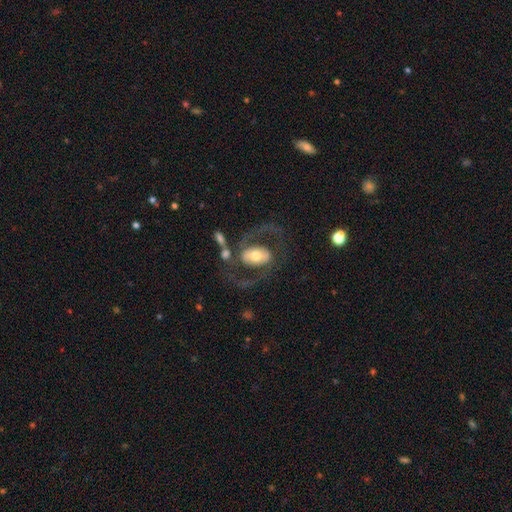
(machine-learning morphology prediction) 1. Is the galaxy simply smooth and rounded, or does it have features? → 77% featured or disk, 17% smooth, 6% star or artifact.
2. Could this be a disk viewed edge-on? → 95% no, 5% yes.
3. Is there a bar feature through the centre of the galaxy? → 34% no (tied), 34% strong (tied), 32% weak.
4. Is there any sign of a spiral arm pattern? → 82% yes, 18% no.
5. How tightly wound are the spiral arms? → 50% medium, 38% loose, 13% tight.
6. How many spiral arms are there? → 89% 2, 4% can't tell, 4% 1, 1% 3, 1% 4, 1% more than 4.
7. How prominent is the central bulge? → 65% moderate, 16% small, 15% large, 2% dominant, 1% none.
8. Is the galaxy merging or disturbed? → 60% none, 19% major disturbance, 13% minor disturbance, 8% merger.